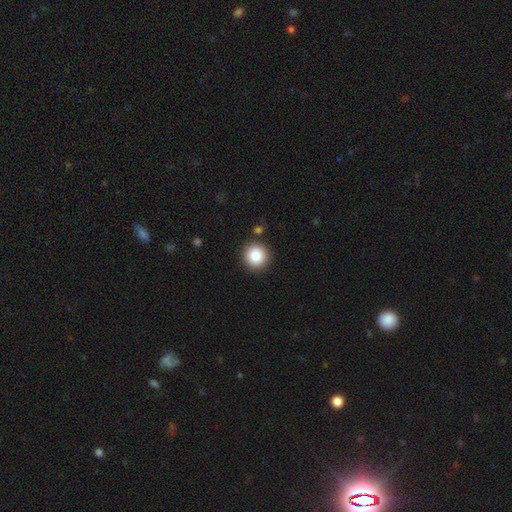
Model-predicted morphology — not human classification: Overall: smooth (87%). How rounded: round (94%). Merging: none (89%).